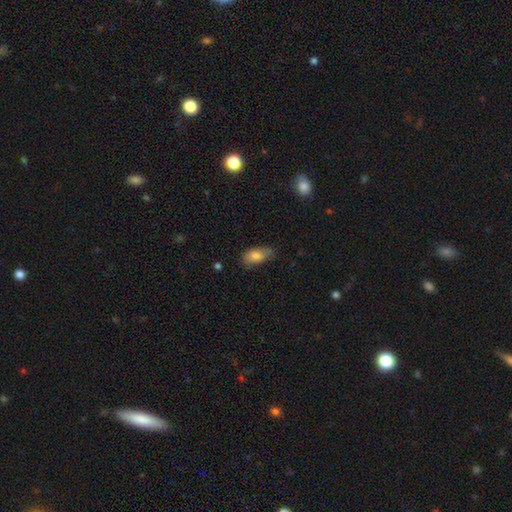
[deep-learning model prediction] Overall: smooth (81%). How rounded: in between (89%). Merging: none (53%; minor disturbance 36%).